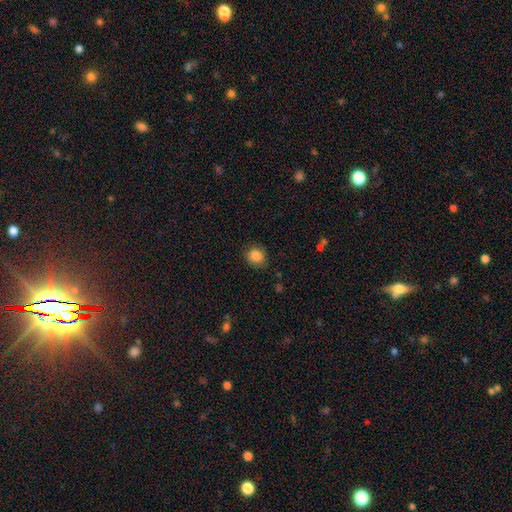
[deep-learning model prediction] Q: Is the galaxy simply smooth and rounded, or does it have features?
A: smooth — 86%.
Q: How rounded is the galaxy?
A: round — 79%.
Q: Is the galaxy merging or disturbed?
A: none — 85%.